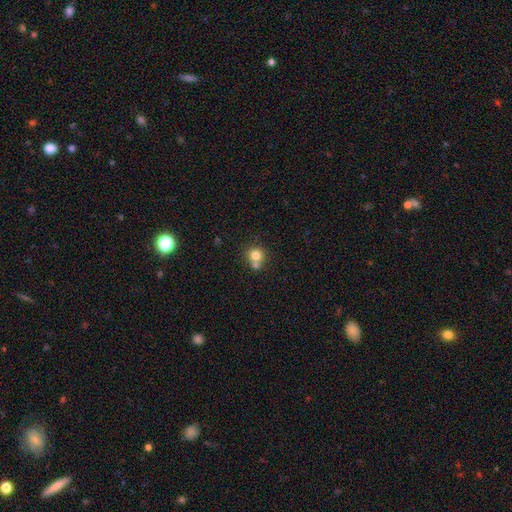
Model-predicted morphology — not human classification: Smooth or featured? Predicted: smooth (p=0.77). How rounded? Predicted: round (p=0.87). Merging? Predicted: none (p=0.48).